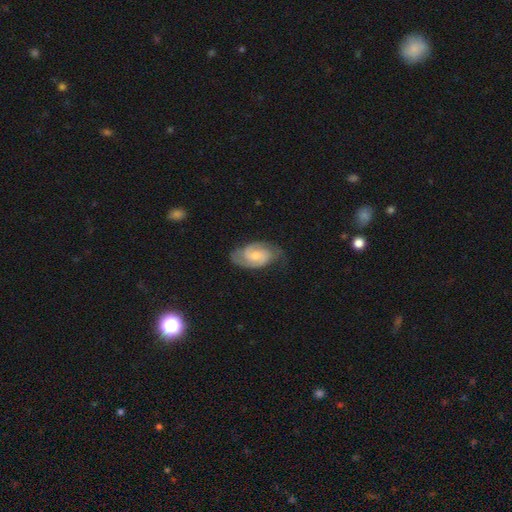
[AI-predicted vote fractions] A featured or disk galaxy (75%) with no bar (52%), 2 (78%) medium (46%) spiral arms (94%) and a small central bulge (49%).

Vote fractions:
- Smooth or featured? featured or disk: 75% / smooth: 20% / star or artifact: 5%
- Edge-on disk? no: 96% / yes: 4%
- Bar? no: 52% / weak: 41% / strong: 7%
- Spiral arms? yes: 94% / no: 6%
- Spiral winding? medium: 46% / tight: 40% / loose: 14%
- Spiral arm count? 2: 78% / can't tell: 11% / 3: 6% / 1: 3% / 4: 1% / more than 4: 1%
- Bulge size? small: 49% / moderate: 45% / none: 3% / large: 3% / dominant: 1%
- Merging? none: 67% / minor disturbance: 24% / major disturbance: 8% / merger: 1%